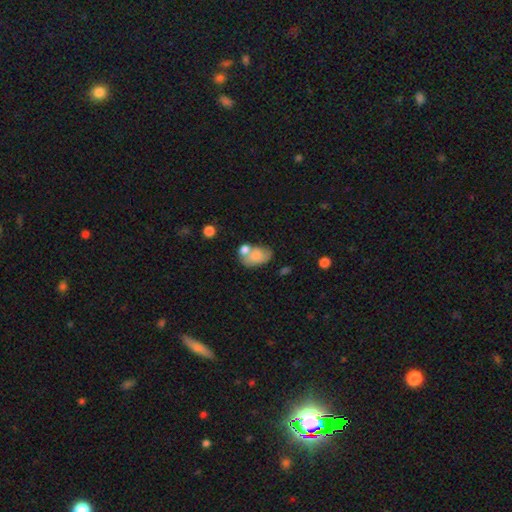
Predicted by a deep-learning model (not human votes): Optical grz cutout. It shows a smooth galaxy with no disk features (74%) that is in between round and cigar-shaped (85%). Merging: none (36%).